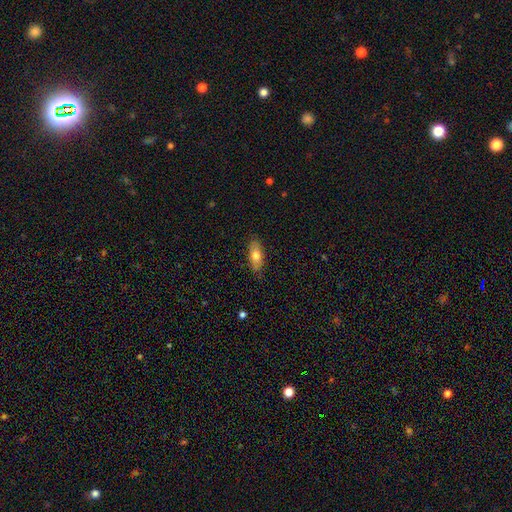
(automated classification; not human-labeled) Morphology: type=smooth (72%); roundness=in between (73%); merging=none (85%).